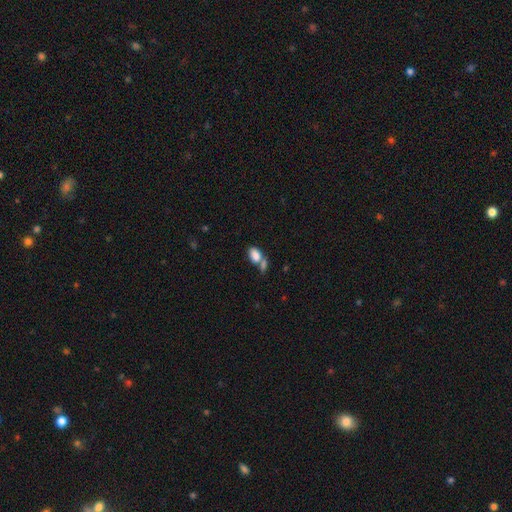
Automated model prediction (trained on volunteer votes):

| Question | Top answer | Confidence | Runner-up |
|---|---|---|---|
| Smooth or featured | smooth | 83% | featured or disk (9%) |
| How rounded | in between | 89% | round (9%) |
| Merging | merger | 50% | none (33%) |